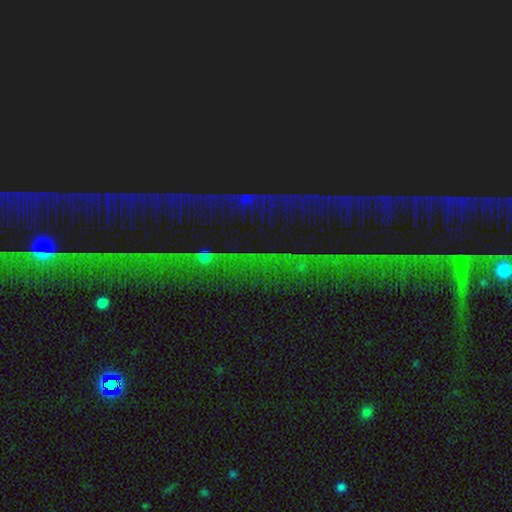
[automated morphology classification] A star or artifact, not a galaxy (85%).

Vote fractions:
- Smooth or featured? star or artifact: 85% / featured or disk: 8% / smooth: 7%